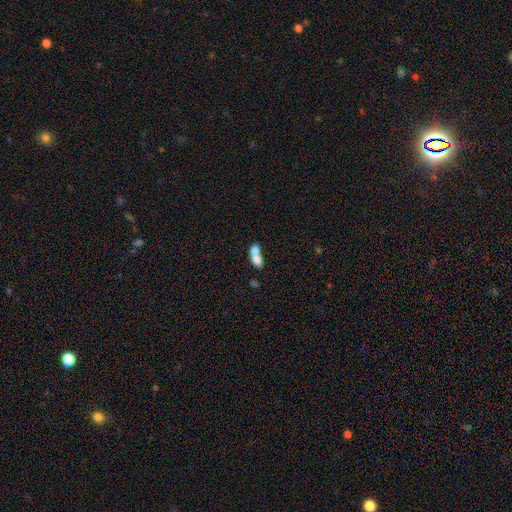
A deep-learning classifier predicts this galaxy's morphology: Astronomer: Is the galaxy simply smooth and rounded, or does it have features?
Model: smooth — 72%.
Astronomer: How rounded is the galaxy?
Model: in between — 73%.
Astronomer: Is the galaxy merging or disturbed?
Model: merger — 70%.